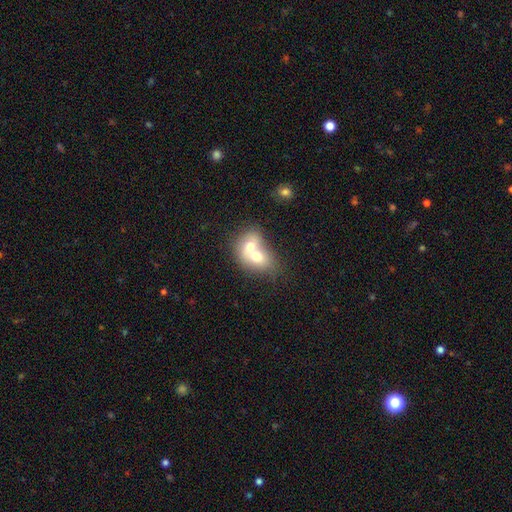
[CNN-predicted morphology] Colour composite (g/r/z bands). It shows a smooth galaxy with no disk features (64%) that is in between round and cigar-shaped (55%). Merging: merger (79%).